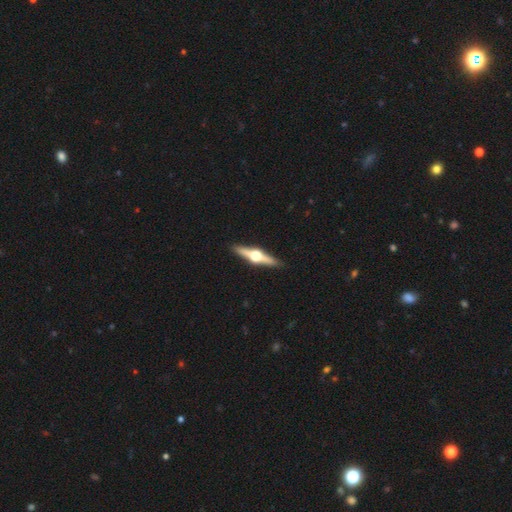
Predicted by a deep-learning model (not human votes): smooth_or_featured: featured or disk (p=0.80) [alt: smooth p=0.15]
disk_edge_on: yes (p=0.98) [alt: no p=0.02]
edge_on_bulge: rounded (p=0.97) [alt: boxy p=0.02]
merging: none (p=0.91) [alt: minor disturbance p=0.06]